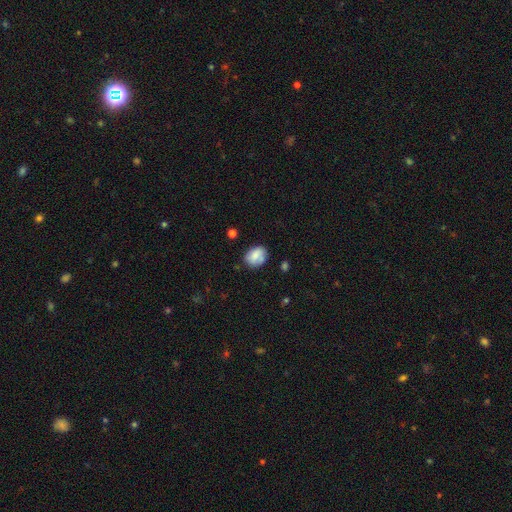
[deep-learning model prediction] smooth-or-featured: smooth: 76% | featured or disk: 16% | star or artifact: 8%
  how-rounded: in between: 59% | round: 40% | cigar-shaped: 1%
  merging: none: 68% | minor disturbance: 22% | major disturbance: 5% | merger: 5%